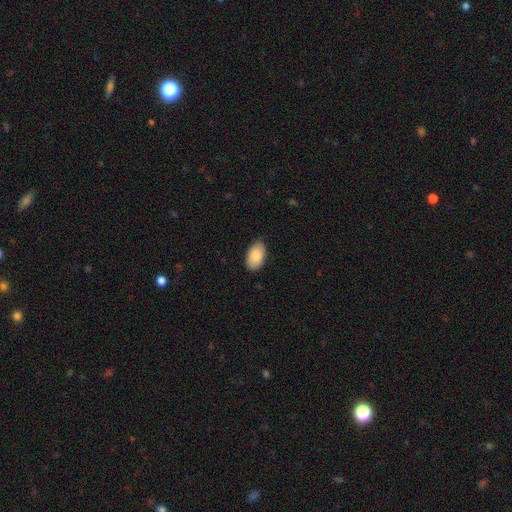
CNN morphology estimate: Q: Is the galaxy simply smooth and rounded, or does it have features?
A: smooth — 87%.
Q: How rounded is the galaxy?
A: in between — 94%.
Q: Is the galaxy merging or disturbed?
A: none — 80%.